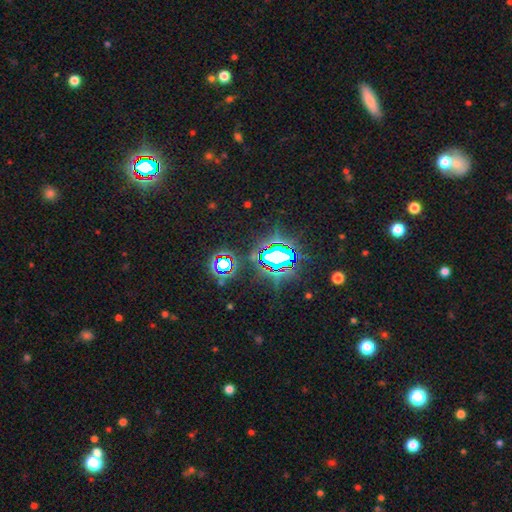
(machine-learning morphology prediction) Smooth or featured? Predicted: star or artifact (p=0.81).